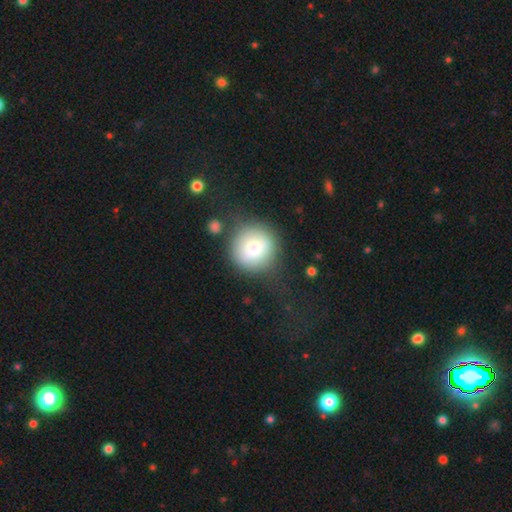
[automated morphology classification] Smooth or featured? Predicted: smooth (p=0.79). How rounded? Predicted: round (p=0.93). Merging? Predicted: none (p=0.72).